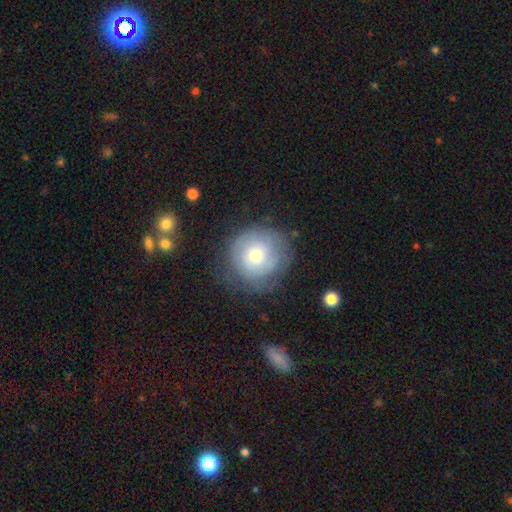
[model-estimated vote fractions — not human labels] This appears to be a smooth galaxy with no disk features (57%) that is round (92%). Merging: none (67%).